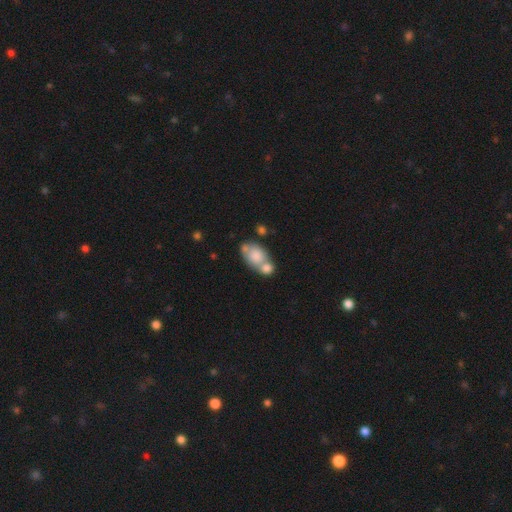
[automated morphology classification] Smooth or featured? Predicted: smooth (p=0.74). How rounded? Predicted: in between (p=0.79). Merging? Predicted: merger (p=0.56).